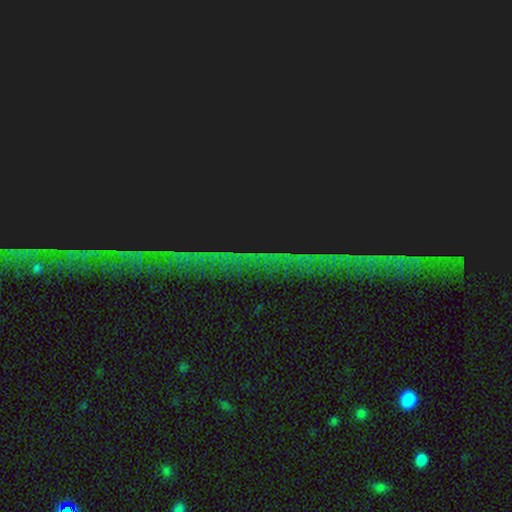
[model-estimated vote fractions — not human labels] smooth_or_featured: star or artifact (p=0.85) [alt: smooth p=0.07]